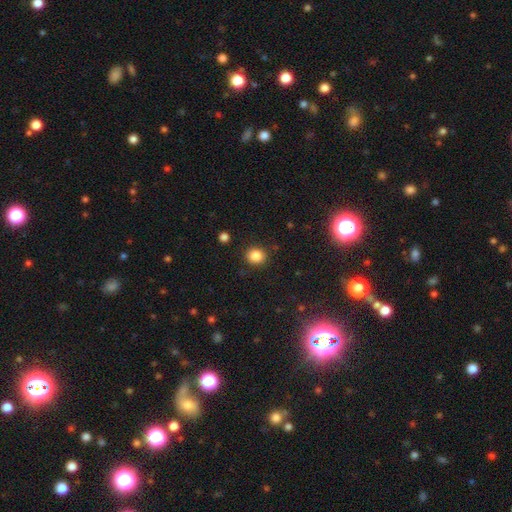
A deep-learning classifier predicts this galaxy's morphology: Smooth or featured: smooth — 86% (star or artifact — 11%)
How rounded: round — 77% (in between — 22%)
Merging: none — 88% (minor disturbance — 8%)